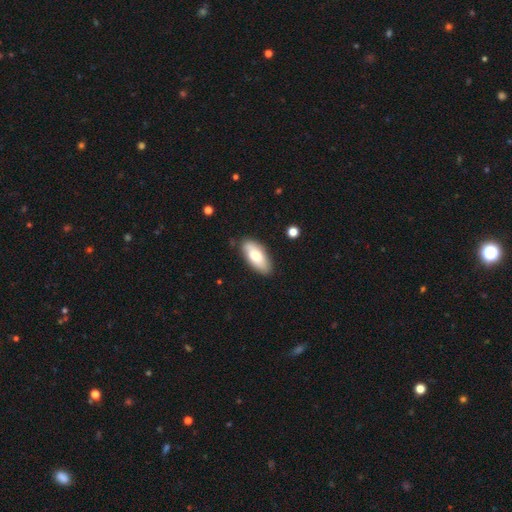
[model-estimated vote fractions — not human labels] smooth 71%, featured or disk 23%, star or artifact 6%. Down the decision tree: how rounded — in between (87%); merging — none (79%).